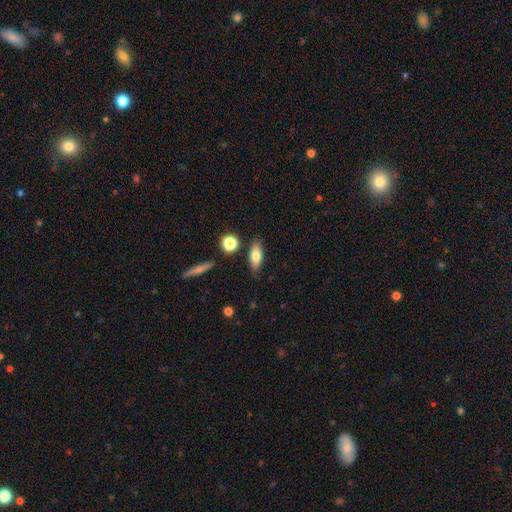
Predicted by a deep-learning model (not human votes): This is likely a smooth galaxy (75%). How rounded: likely in between (74%). Merging: clearly none (82%).